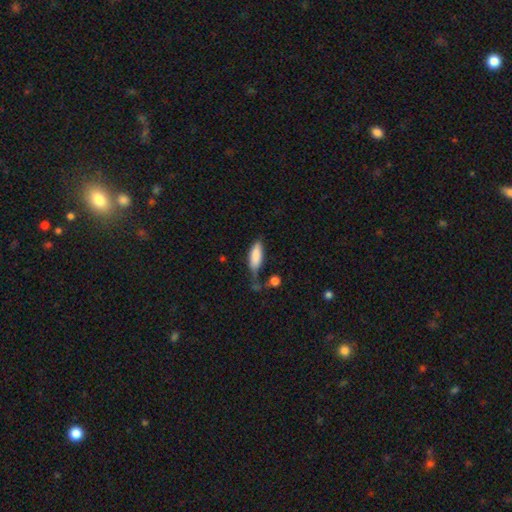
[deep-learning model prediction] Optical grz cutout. It shows a smooth galaxy with no disk features (84%) that is in between round and cigar-shaped (66%). Merging: none (48%).